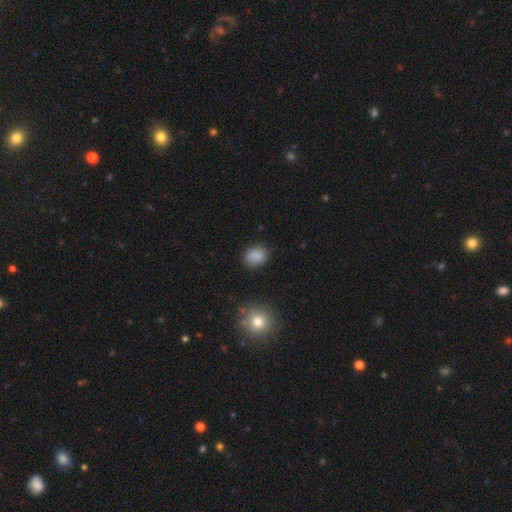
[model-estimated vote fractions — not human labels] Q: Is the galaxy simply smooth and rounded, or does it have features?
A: smooth — 86%.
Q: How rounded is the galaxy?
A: in between — 55%.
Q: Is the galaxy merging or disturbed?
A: none — 82%.